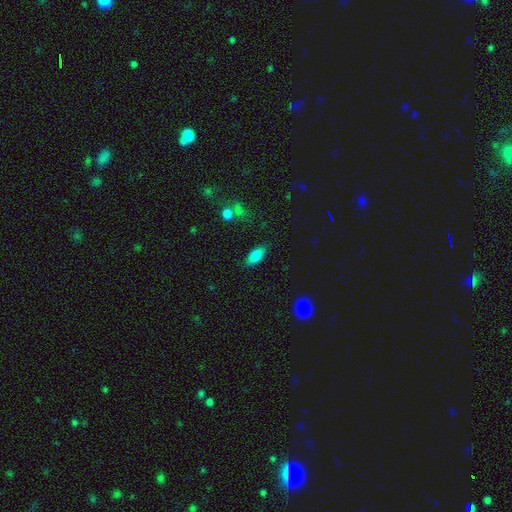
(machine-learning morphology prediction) This appears to be a smooth galaxy with no disk features (80%) that is in between round and cigar-shaped (84%). Merging: none (84%).